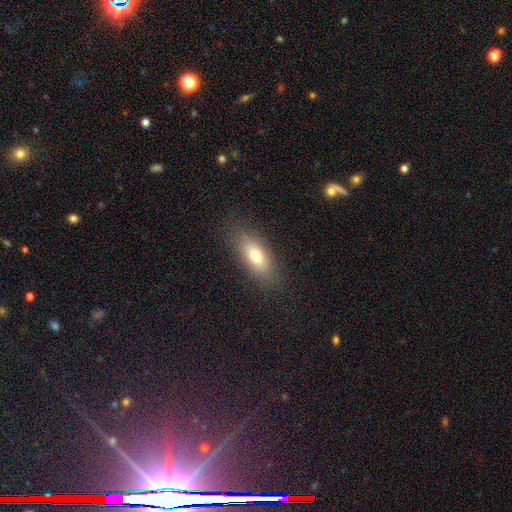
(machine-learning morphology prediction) Smooth or featured? Predicted: smooth (p=0.73). How rounded? Predicted: in between (p=0.80). Merging? Predicted: none (p=0.83).